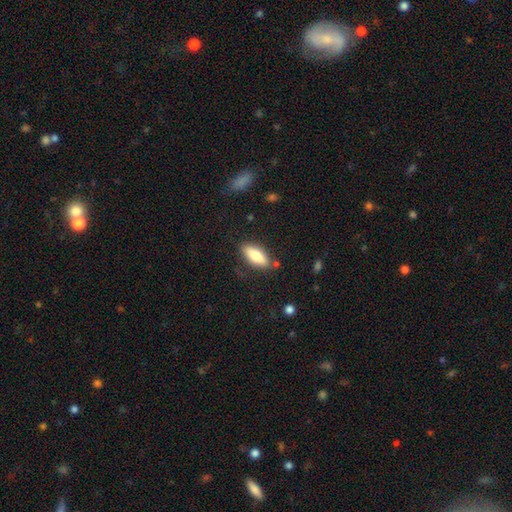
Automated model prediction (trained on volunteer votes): The model was most divided on "how rounded": in between: 71%, cigar-shaped: 27%, round: 2%. More confident: merging — none (81%); smooth or featured — smooth (76%).